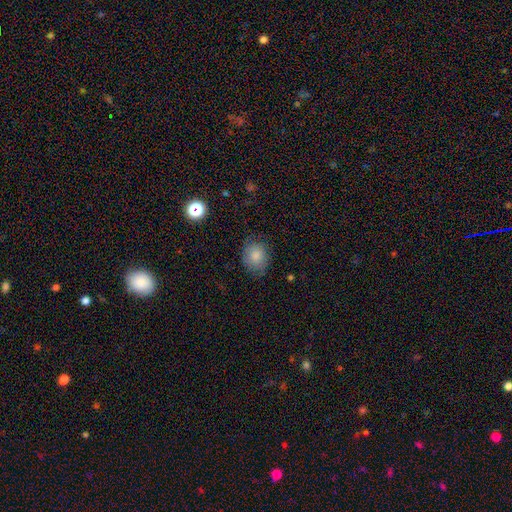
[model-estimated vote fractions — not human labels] A smooth galaxy with no disk features (82%) that is round (63%).

Vote fractions:
- Smooth or featured? smooth: 82% / star or artifact: 9% / featured or disk: 9%
- How rounded? round: 63% / in between: 36% / cigar-shaped: 1%
- Merging? none: 77% / minor disturbance: 17% / major disturbance: 4% / merger: 1%